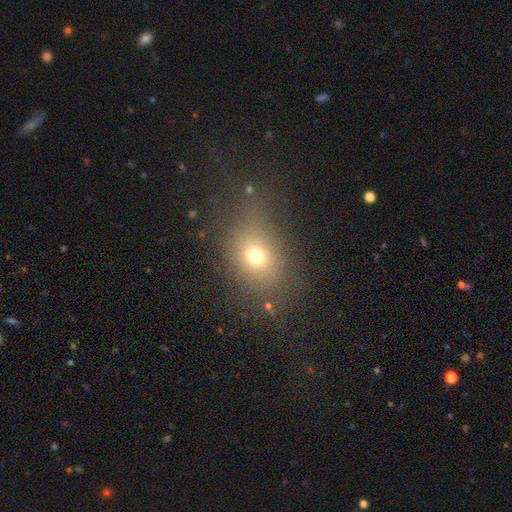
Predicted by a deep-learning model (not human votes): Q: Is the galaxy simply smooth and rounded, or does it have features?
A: smooth — 70%.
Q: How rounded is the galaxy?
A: in between — 50%.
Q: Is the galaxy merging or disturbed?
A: none — 62%.